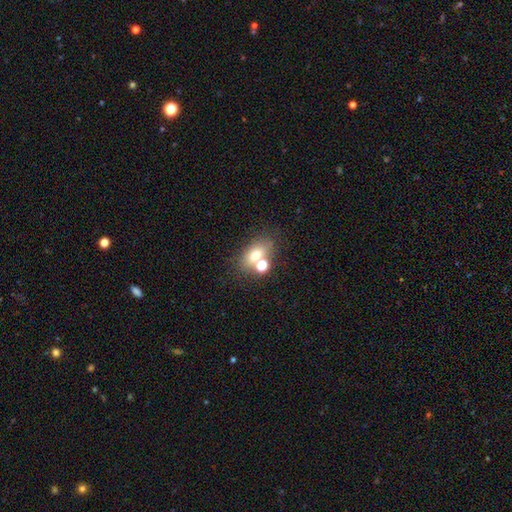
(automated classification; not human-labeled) smooth-or-featured: smooth: 67% | featured or disk: 18% | star or artifact: 15%
  how-rounded: in between: 69% | round: 29% | cigar-shaped: 3%
  merging: none: 52% | merger: 32% | minor disturbance: 10% | major disturbance: 5%